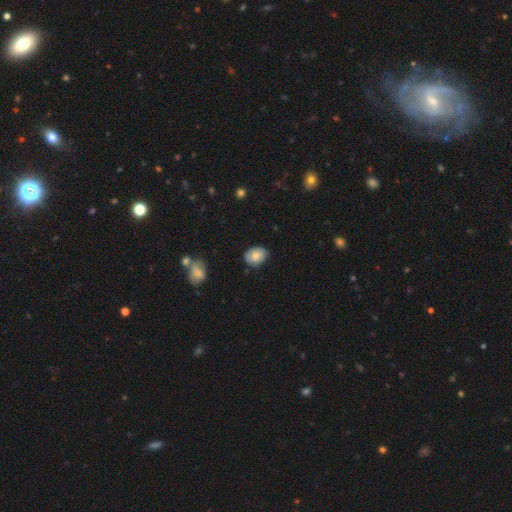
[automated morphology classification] A smooth galaxy with no disk features (79%) that is in between round and cigar-shaped (64%).

Vote fractions:
- Smooth or featured? smooth: 79% / featured or disk: 14% / star or artifact: 7%
- How rounded? in between: 64% / round: 35% / cigar-shaped: 1%
- Merging? none: 78% / minor disturbance: 18% / major disturbance: 3% / merger: 2%